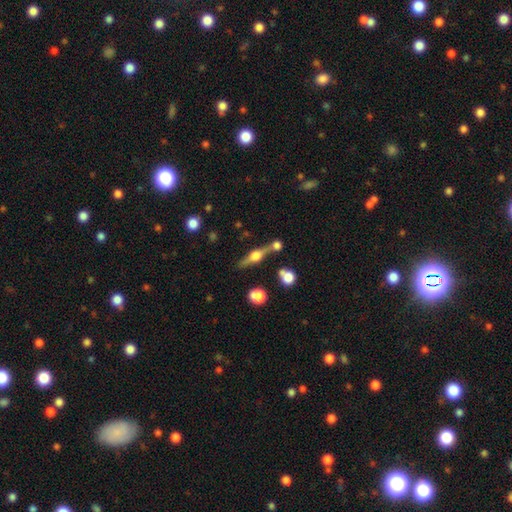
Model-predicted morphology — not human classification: type=featured or disk (72%); edge-on=yes (96%); edge-on bulge=rounded (93%); merging=none (69%).